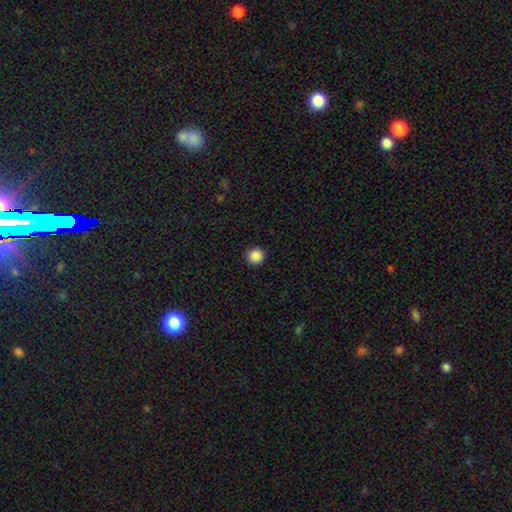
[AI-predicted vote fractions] Morphology: type=smooth (88%); roundness=round (94%); merging=none (93%).